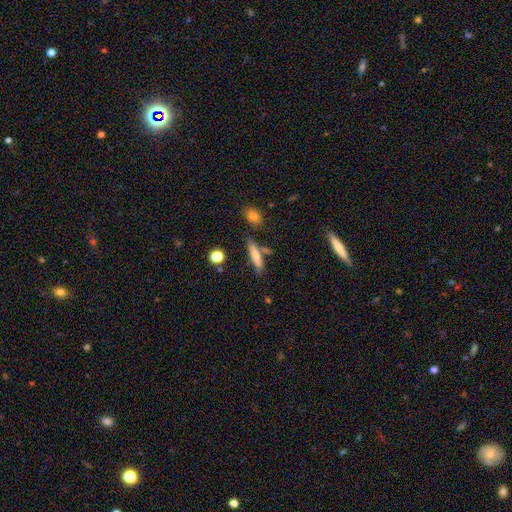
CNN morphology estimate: smooth-or-featured: smooth: 69% | featured or disk: 22% | star or artifact: 8%
  how-rounded: cigar-shaped: 78% | in between: 19% | round: 3%
  merging: none: 70% | minor disturbance: 15% | merger: 10% | major disturbance: 4%